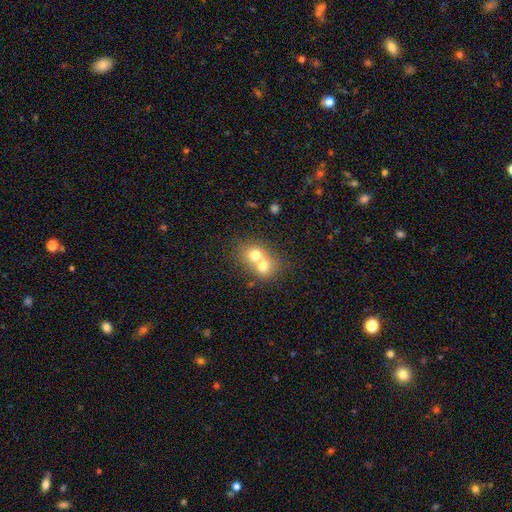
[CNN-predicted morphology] The model was most divided on "how rounded": round: 63%, in between: 36%, cigar-shaped: 1%. More confident: merging — merger (74%); smooth or featured — smooth (64%).